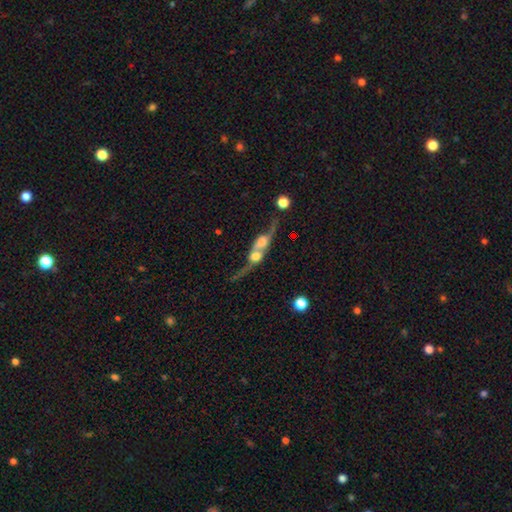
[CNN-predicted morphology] Smooth or featured? featured or disk (54%)
Edge-on disk? no (59%)
Merging? merger (75%)